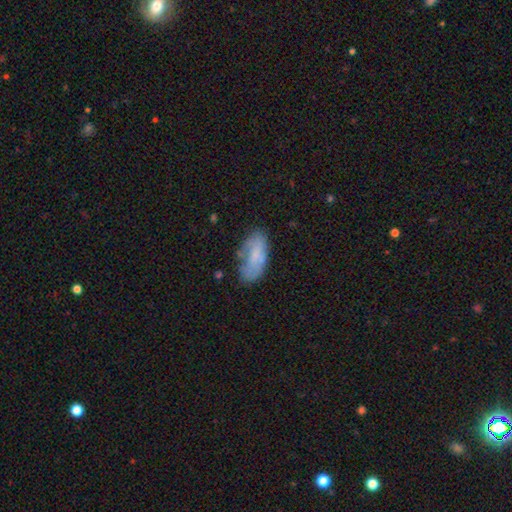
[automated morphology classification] smooth_or_featured: smooth (p=0.65) [alt: featured or disk p=0.27]
how_rounded: in between (p=0.88) [alt: cigar-shaped p=0.09]
merging: none (p=0.56) [alt: minor disturbance p=0.28]